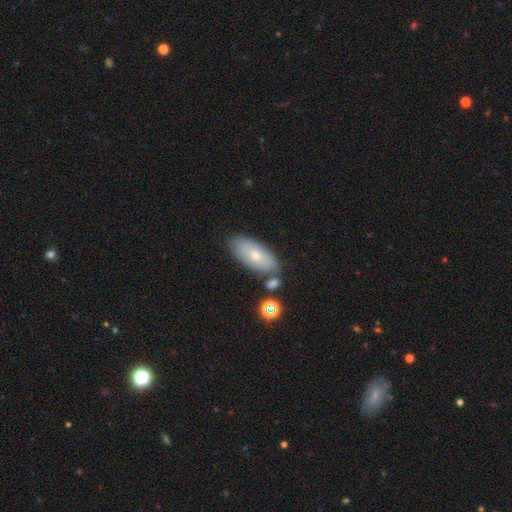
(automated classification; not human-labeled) Smooth or featured? Predicted: smooth (p=0.61). How rounded? Predicted: in between (p=0.87). Merging? Predicted: none (p=0.71).